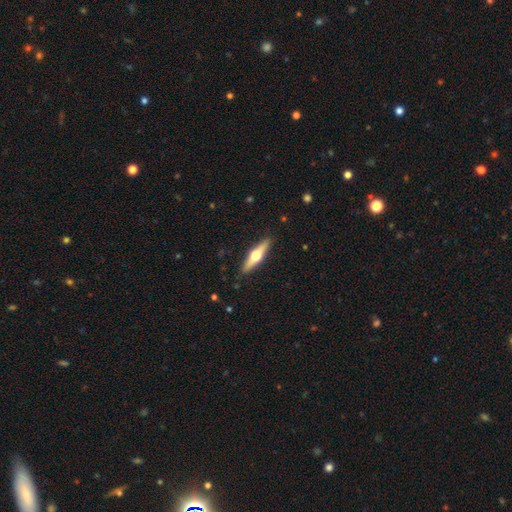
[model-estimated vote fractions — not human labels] Smooth or featured?
  - featured or disk: 65% *
  - smooth: 30%
  - star or artifact: 5%
Edge-on disk?
  - yes: 96% *
  - no: 4%
Edge-on bulge?
  - rounded: 96% *
  - boxy: 2%
  - none: 2%
Merging?
  - none: 90% *
  - minor disturbance: 7%
  - major disturbance: 2%
  - merger: 1%